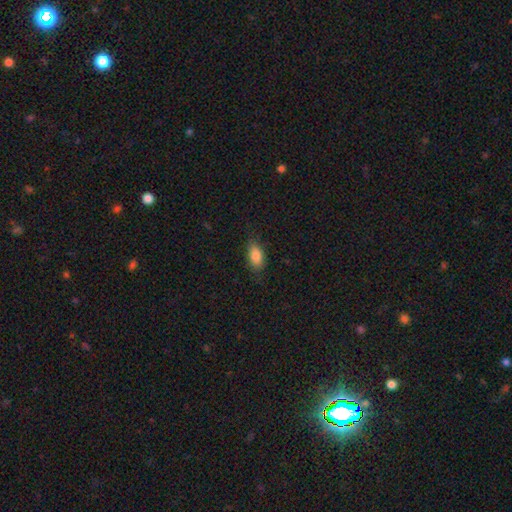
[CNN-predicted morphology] smooth_or_featured: smooth (p=0.86) [alt: star or artifact p=0.07]
how_rounded: in between (p=0.90) [alt: cigar-shaped p=0.06]
merging: none (p=0.82) [alt: minor disturbance p=0.14]